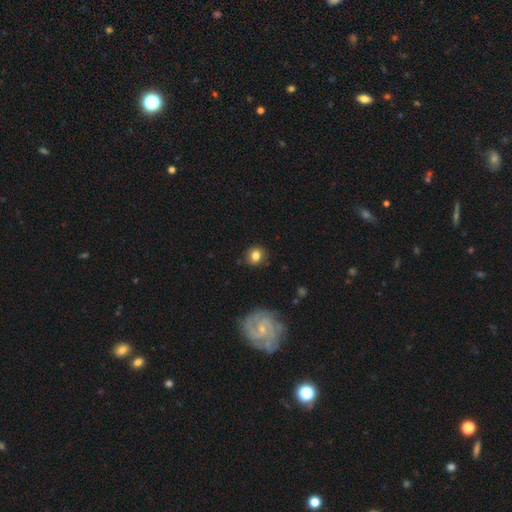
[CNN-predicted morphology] A smooth galaxy with no disk features (80%) that is round (75%). Merging: none (83%).